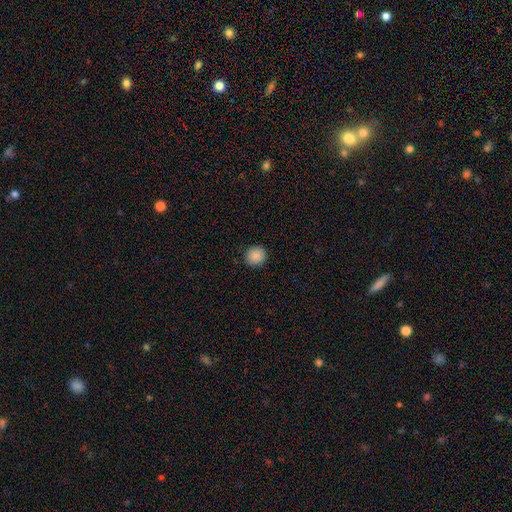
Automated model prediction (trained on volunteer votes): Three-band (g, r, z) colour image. It shows a smooth galaxy with no disk features (89%) that is round (87%). Merging: none (91%).